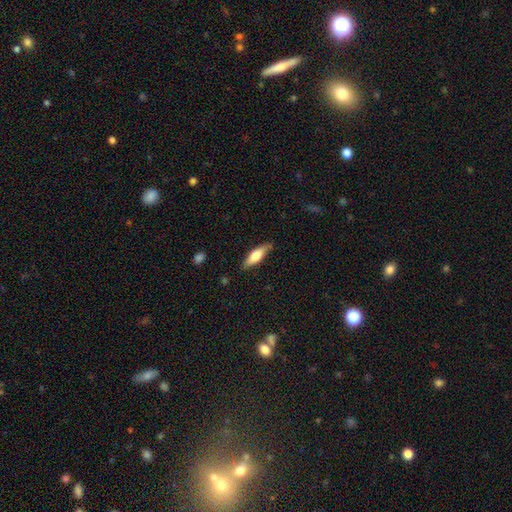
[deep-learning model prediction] Smooth or featured?
  - smooth: 66% *
  - featured or disk: 28%
  - star or artifact: 6%
How rounded?
  - cigar-shaped: 53% *
  - in between: 45%
  - round: 2%
Merging?
  - none: 81% *
  - minor disturbance: 15%
  - major disturbance: 3%
  - merger: 1%